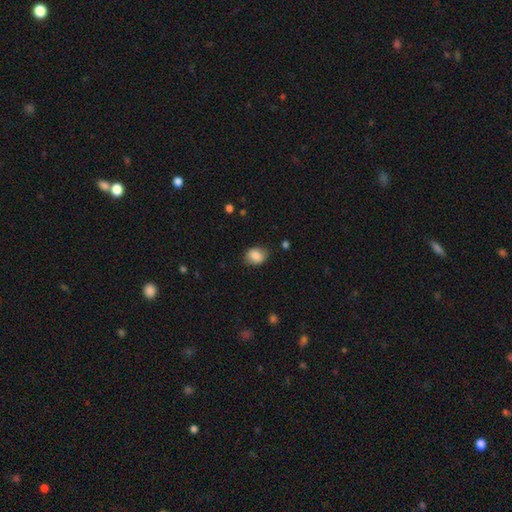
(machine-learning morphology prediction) smooth_or_featured: smooth (p=0.85) [alt: star or artifact p=0.08]
how_rounded: in between (p=0.60) [alt: round p=0.39]
merging: none (p=0.78) [alt: minor disturbance p=0.17]